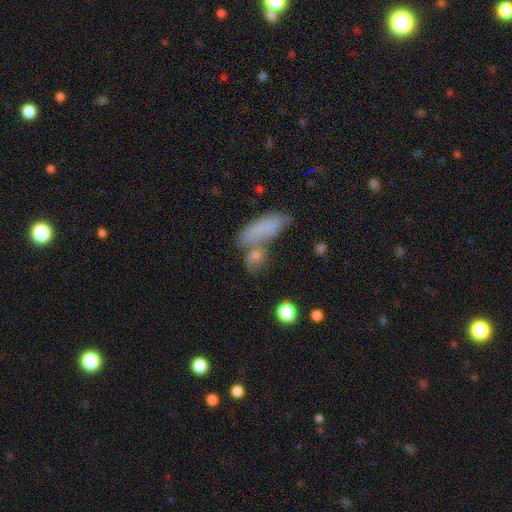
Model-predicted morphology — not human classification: Smooth or featured? Predicted: smooth (p=0.67). How rounded? Predicted: in between (p=0.61). Merging? Predicted: none (p=0.40).